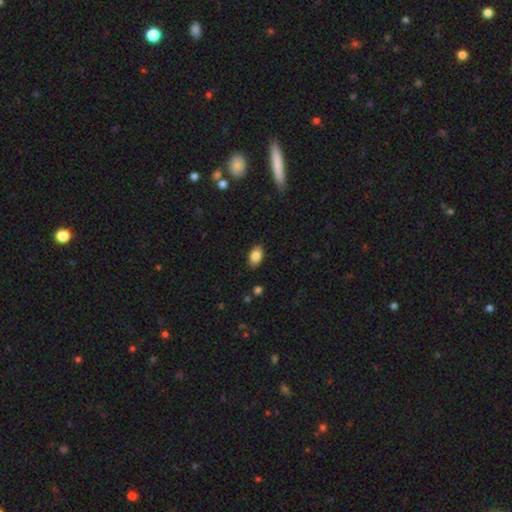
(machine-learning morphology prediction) smooth 85%, star or artifact 8%, featured or disk 7%. Down the decision tree: how rounded — in between (90%); merging — none (86%).